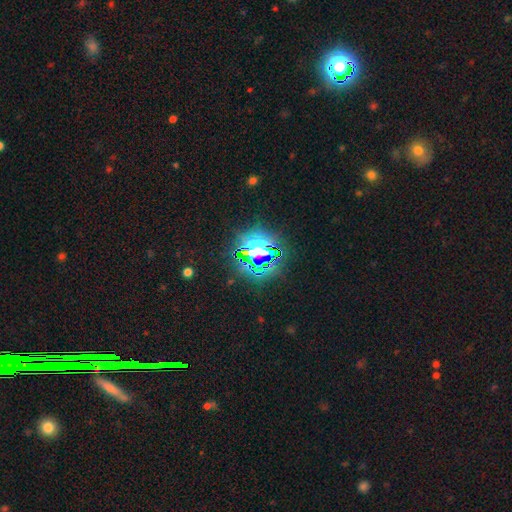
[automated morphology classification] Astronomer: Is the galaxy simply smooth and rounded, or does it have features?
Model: star or artifact — 75%.